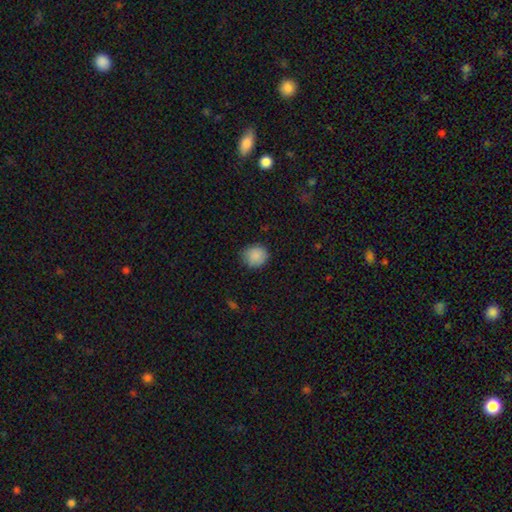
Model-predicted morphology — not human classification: Overall: smooth (88%). How rounded: round (85%). Merging: none (85%).